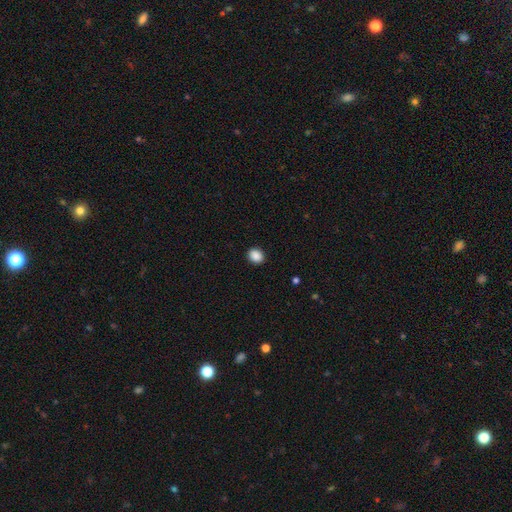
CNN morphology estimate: A smooth galaxy with no disk features (89%) that is round (61%).

Vote fractions:
- Smooth or featured? smooth: 89% / star or artifact: 9% / featured or disk: 2%
- How rounded? round: 61% / in between: 38% / cigar-shaped: 1%
- Merging? none: 90% / minor disturbance: 7% / major disturbance: 2% / merger: 1%